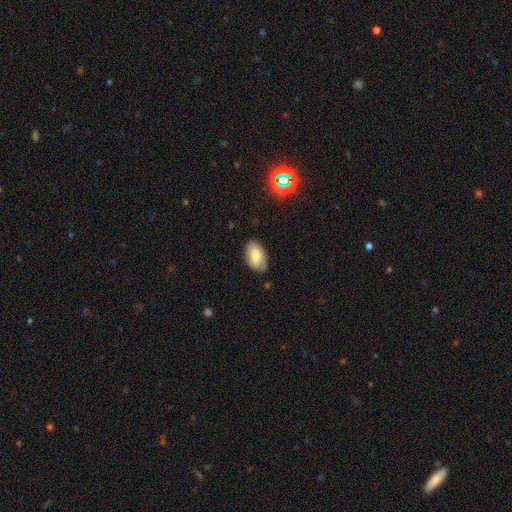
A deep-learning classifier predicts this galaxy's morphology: Smooth or featured?
  - smooth: 71% *
  - featured or disk: 21%
  - star or artifact: 8%
How rounded?
  - in between: 93% *
  - round: 5%
  - cigar-shaped: 2%
Merging?
  - none: 79% *
  - minor disturbance: 17%
  - major disturbance: 3%
  - merger: 1%